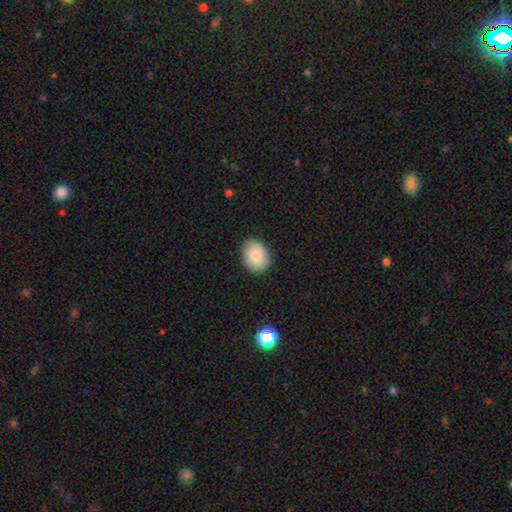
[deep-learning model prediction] Smooth or featured: smooth — 85% (featured or disk — 8%)
How rounded: in between — 63% (round — 36%)
Merging: none — 87% (minor disturbance — 10%)